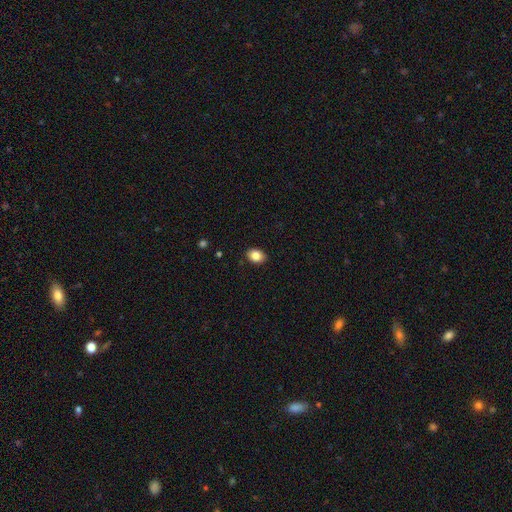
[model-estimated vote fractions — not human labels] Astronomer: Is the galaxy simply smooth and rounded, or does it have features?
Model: smooth — 85%.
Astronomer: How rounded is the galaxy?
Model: in between — 67%.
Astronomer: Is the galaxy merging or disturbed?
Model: none — 88%.